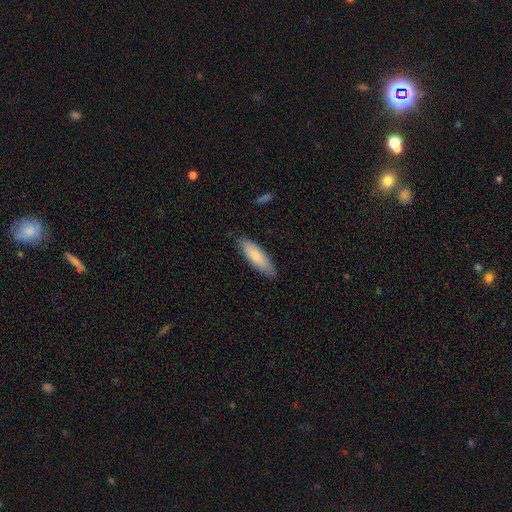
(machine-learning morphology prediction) Smooth or featured: smooth — 77% (featured or disk — 17%)
How rounded: cigar-shaped — 53% (in between — 46%)
Merging: none — 85% (minor disturbance — 12%)